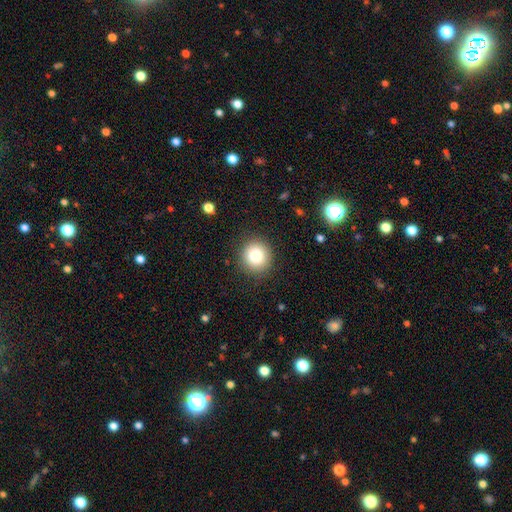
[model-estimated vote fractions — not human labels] A smooth galaxy with no disk features (82%) that is round (92%). Merging: none (89%).